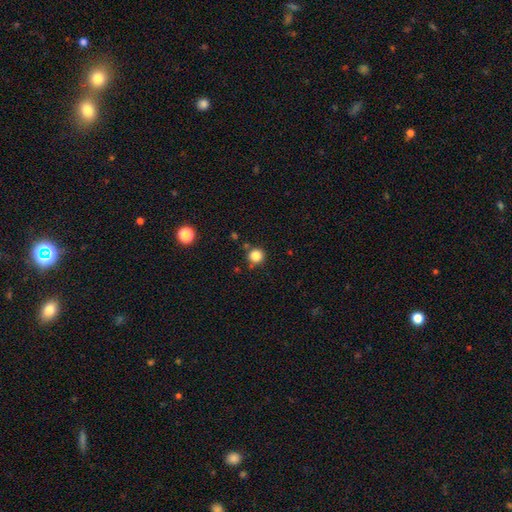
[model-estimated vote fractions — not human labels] Q: Smooth or featured?
A: smooth (84%); runner-up: star or artifact (12%)
Q: How rounded?
A: round (93%); runner-up: in between (6%)
Q: Merging?
A: none (81%); runner-up: minor disturbance (11%)